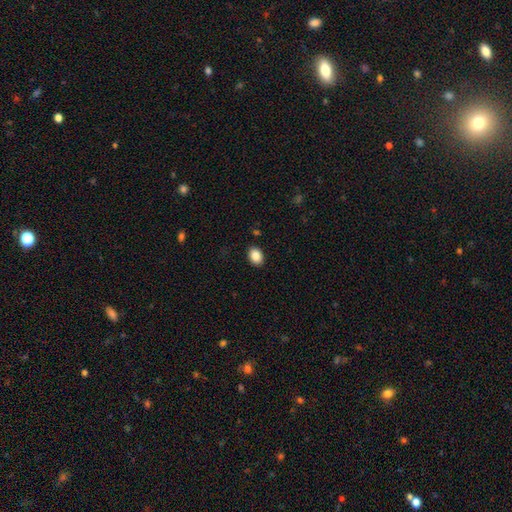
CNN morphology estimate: The model was most divided on "how rounded": in between: 74%, round: 25%, cigar-shaped: 1%. More confident: merging — none (89%); smooth or featured — smooth (88%).